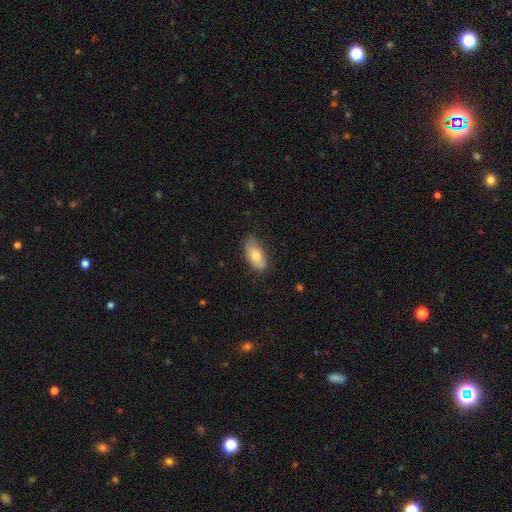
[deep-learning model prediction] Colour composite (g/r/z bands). It shows a smooth galaxy with no disk features (78%) that is in between round and cigar-shaped (91%). Merging: none (73%).